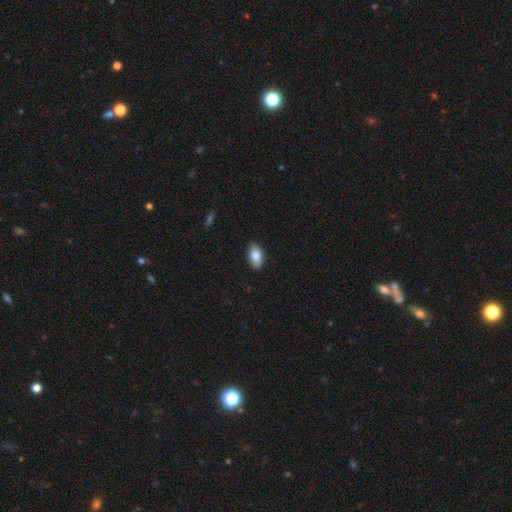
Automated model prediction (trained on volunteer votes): Q: Smooth or featured?
A: smooth (85%); runner-up: featured or disk (9%)
Q: How rounded?
A: in between (94%); runner-up: round (3%)
Q: Merging?
A: none (89%); runner-up: minor disturbance (8%)